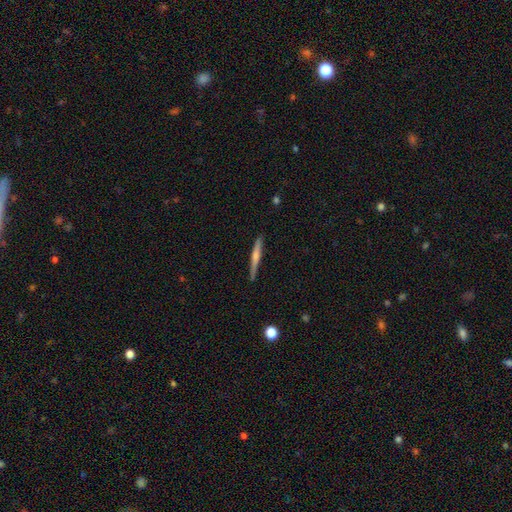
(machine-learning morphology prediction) Smooth or featured?
  - featured or disk: 71% *
  - smooth: 23%
  - star or artifact: 6%
Edge-on disk?
  - yes: 98% *
  - no: 2%
Edge-on bulge?
  - rounded: 73% *
  - none: 17%
  - boxy: 10%
Merging?
  - none: 90% *
  - minor disturbance: 7%
  - major disturbance: 1%
  - merger: 1%